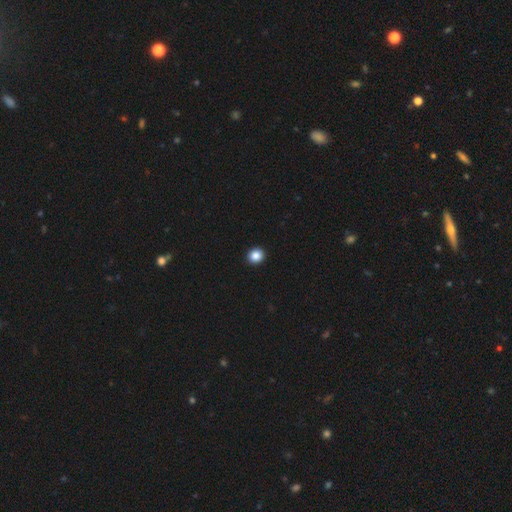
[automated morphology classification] Smooth or featured? smooth (87%)
How rounded? round (88%)
Merging? none (94%)